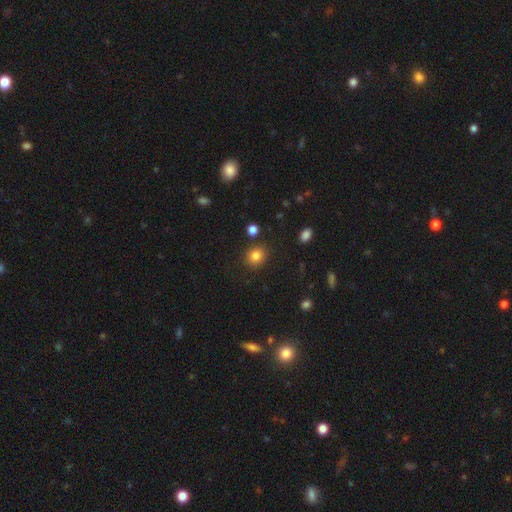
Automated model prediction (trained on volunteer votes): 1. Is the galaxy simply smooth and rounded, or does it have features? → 83% smooth, 11% star or artifact, 5% featured or disk.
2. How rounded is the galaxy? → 79% round, 20% in between, 1% cigar-shaped.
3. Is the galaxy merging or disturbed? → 85% none, 8% minor disturbance, 3% merger, 3% major disturbance.